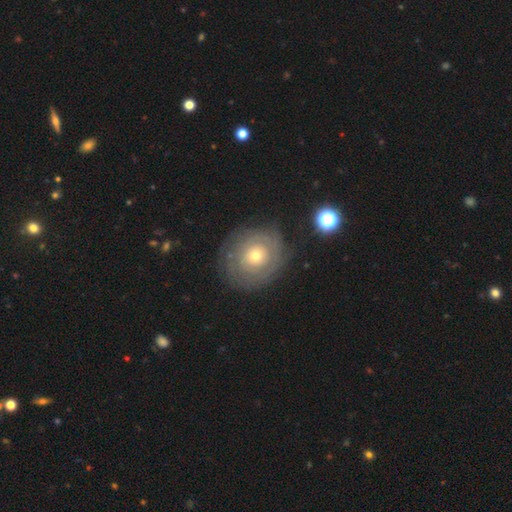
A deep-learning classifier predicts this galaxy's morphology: The model was most divided on "bulge size": small: 52%, moderate: 42%, large: 4%, dominant: 1%, none: 1%. More confident: edge-on disk — no (96%); bar — no (89%); merging — none (77%); smooth or featured — featured or disk (56%); spiral arms — yes (55%).